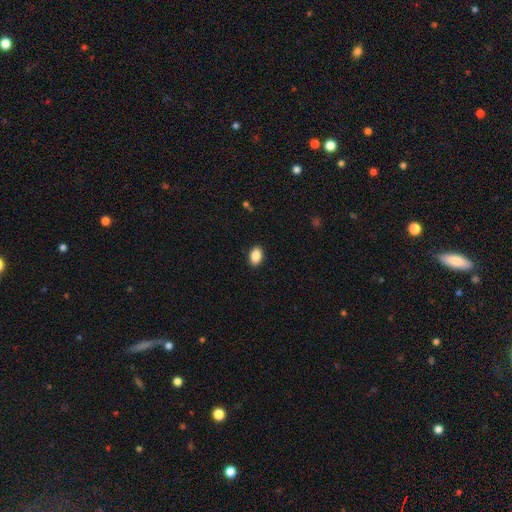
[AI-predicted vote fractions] smooth-or-featured: smooth: 88% | star or artifact: 8% | featured or disk: 4%
  how-rounded: in between: 85% | round: 14% | cigar-shaped: 1%
  merging: none: 90% | minor disturbance: 7% | major disturbance: 2% | merger: 1%